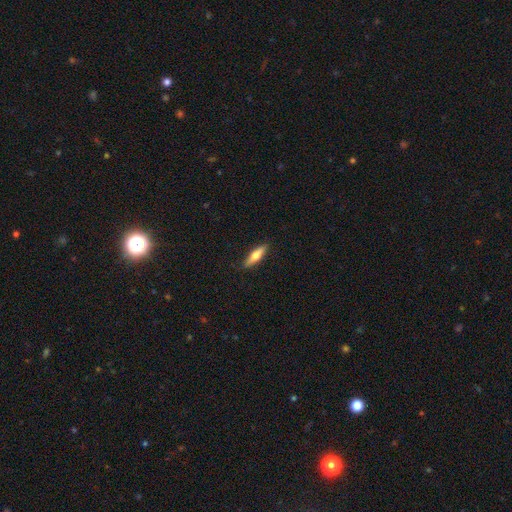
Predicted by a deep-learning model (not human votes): Morphology: type=smooth (59%); roundness=cigar-shaped (67%); merging=none (89%).